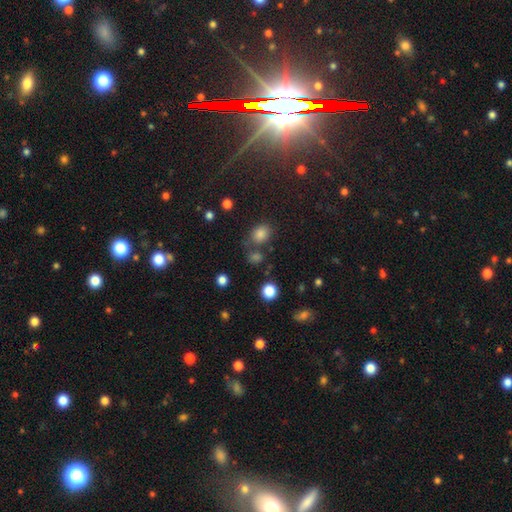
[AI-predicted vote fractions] Smooth or featured: smooth — 63% (star or artifact — 30%)
How rounded: round — 66% (in between — 32%)
Merging: none — 72% (merger — 12%)